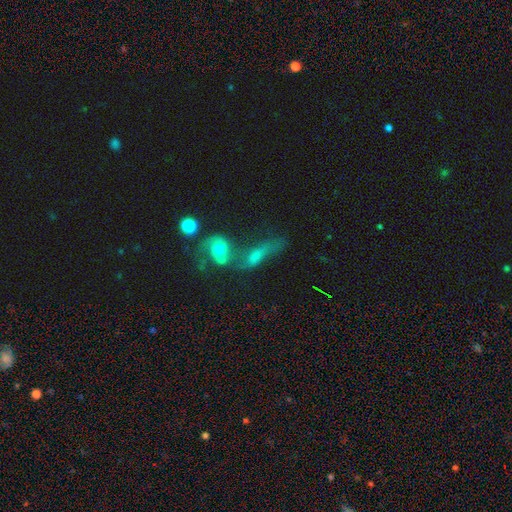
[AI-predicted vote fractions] Smooth or featured?
  - smooth: 43% *
  - featured or disk: 40%
  - star or artifact: 17%
Merging?
  - merger: 56% *
  - none: 19%
  - major disturbance: 16%
  - minor disturbance: 10%